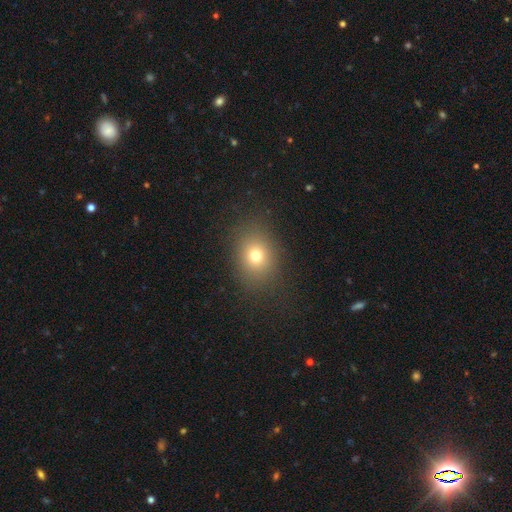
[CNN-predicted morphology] Smooth or featured? smooth (74%)
How rounded? round (52%)
Merging? none (83%)